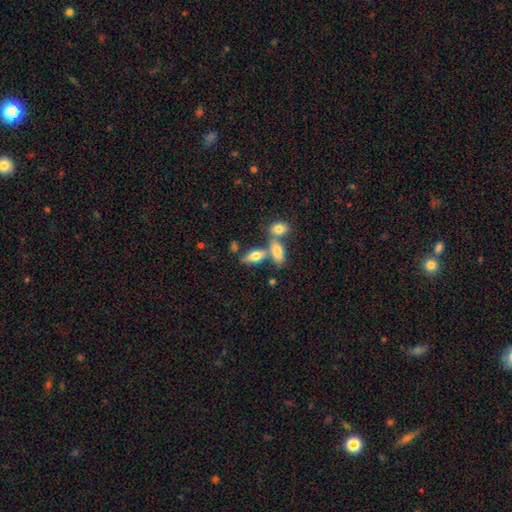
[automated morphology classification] Q: Smooth or featured?
A: smooth (71%); runner-up: featured or disk (21%)
Q: How rounded?
A: in between (80%); runner-up: cigar-shaped (15%)
Q: Merging?
A: none (48%); runner-up: merger (37%)